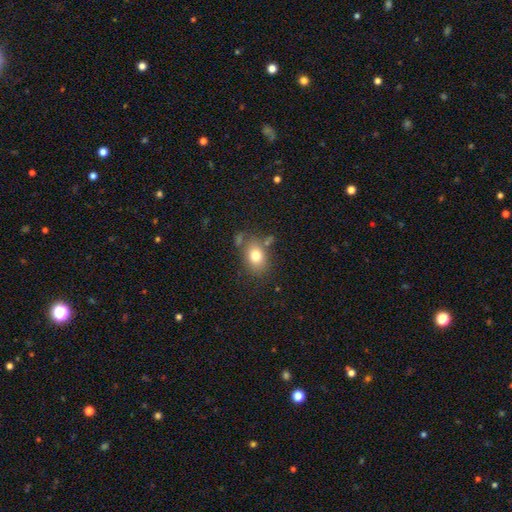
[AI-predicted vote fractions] This appears to be a smooth galaxy with no disk features (77%) that is in between round and cigar-shaped (70%). Merging: none (70%).